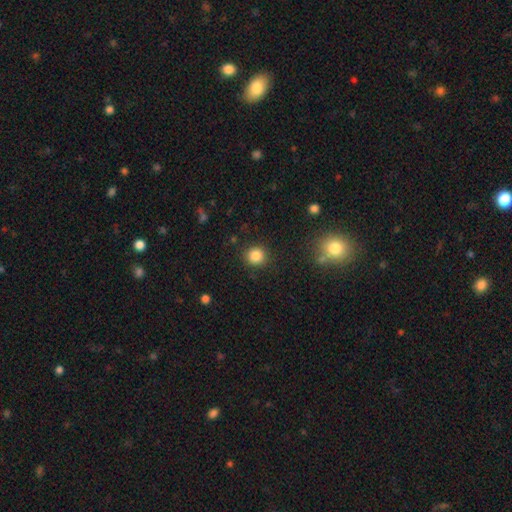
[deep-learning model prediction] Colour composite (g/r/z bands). It shows a smooth galaxy with no disk features (84%) that is round (91%). Merging: none (89%).